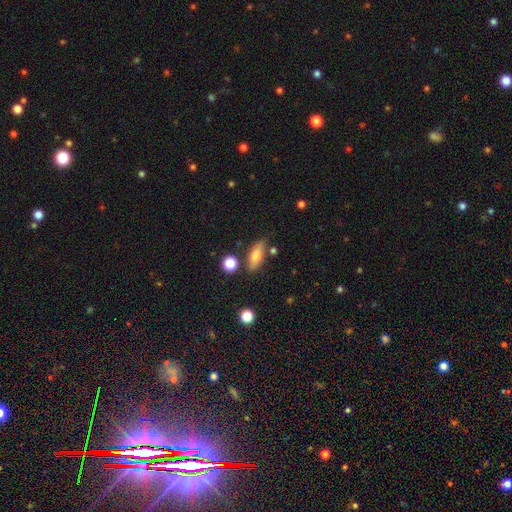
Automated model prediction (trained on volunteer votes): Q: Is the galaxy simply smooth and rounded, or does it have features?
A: smooth — 67%.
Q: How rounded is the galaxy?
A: in between — 66%.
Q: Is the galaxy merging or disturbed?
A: none — 77%.